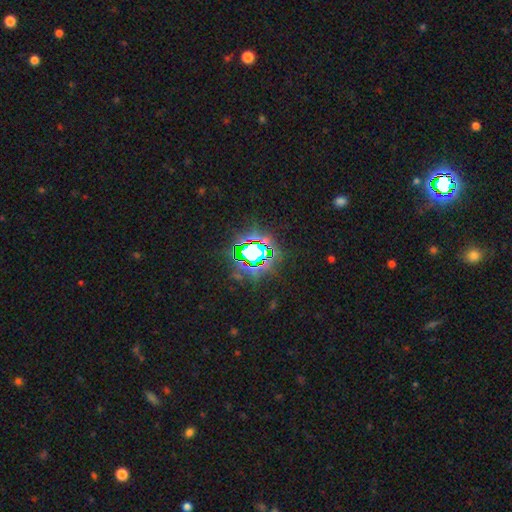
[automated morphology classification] Smooth or featured?
  - star or artifact: 74% *
  - smooth: 15%
  - featured or disk: 11%